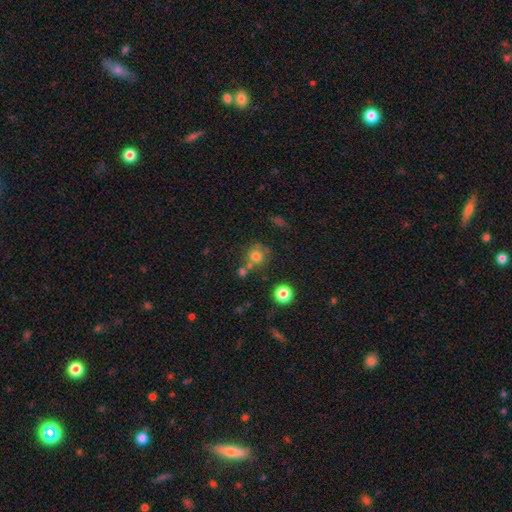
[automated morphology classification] This is likely a smooth galaxy (75%). How rounded: clearly round (89%). Merging: likely none (62%).